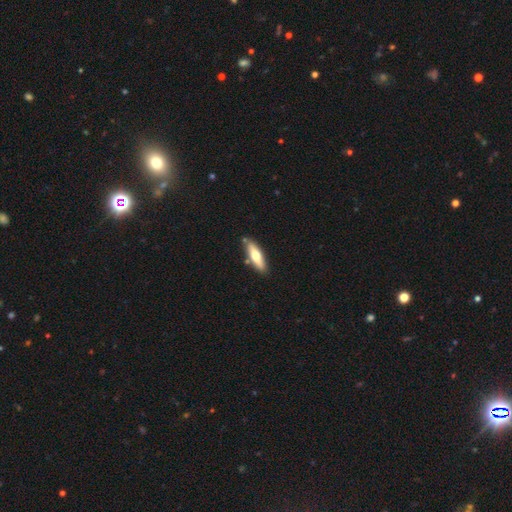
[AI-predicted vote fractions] Smooth or featured?
  - smooth: 61% *
  - featured or disk: 34%
  - star or artifact: 5%
How rounded?
  - cigar-shaped: 58% *
  - in between: 40%
  - round: 2%
Merging?
  - none: 81% *
  - minor disturbance: 12%
  - merger: 4%
  - major disturbance: 2%